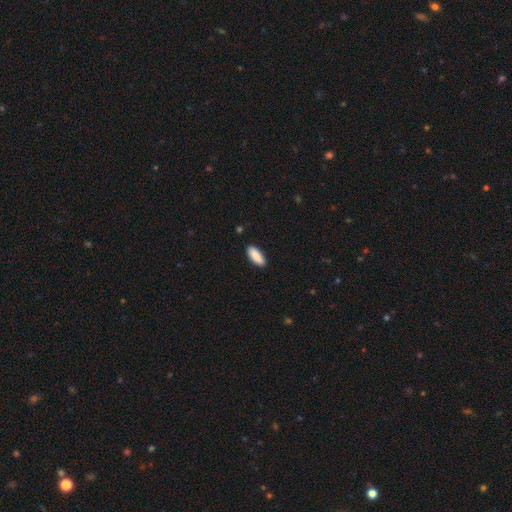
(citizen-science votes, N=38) smooth 95%, featured or disk 5%, star or artifact 0%. Down the decision tree: how rounded — in between (89%); merging — none (92%).